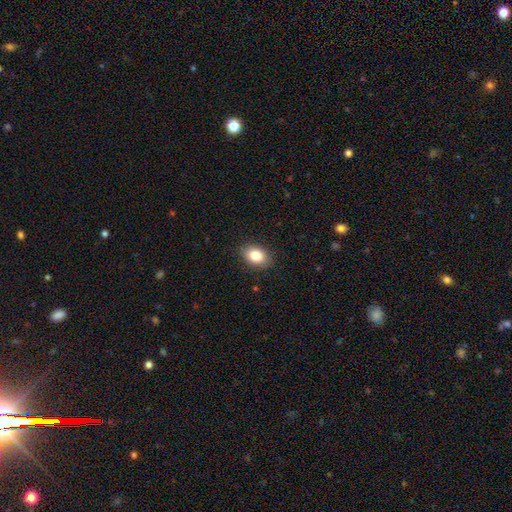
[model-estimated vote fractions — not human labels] Q: Smooth or featured?
A: smooth (84%); runner-up: star or artifact (8%)
Q: How rounded?
A: in between (80%); runner-up: round (19%)
Q: Merging?
A: none (87%); runner-up: minor disturbance (10%)